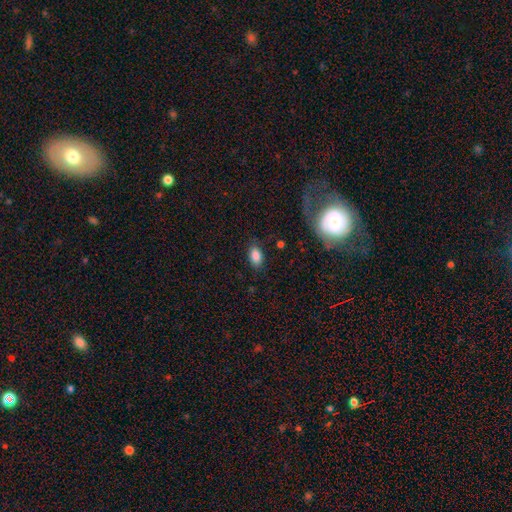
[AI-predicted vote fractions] A smooth galaxy with no disk features (86%) that is in between round and cigar-shaped (90%).

Vote fractions:
- Smooth or featured? smooth: 86% / star or artifact: 9% / featured or disk: 5%
- How rounded? in between: 90% / round: 8% / cigar-shaped: 2%
- Merging? none: 81% / minor disturbance: 14% / major disturbance: 3% / merger: 2%